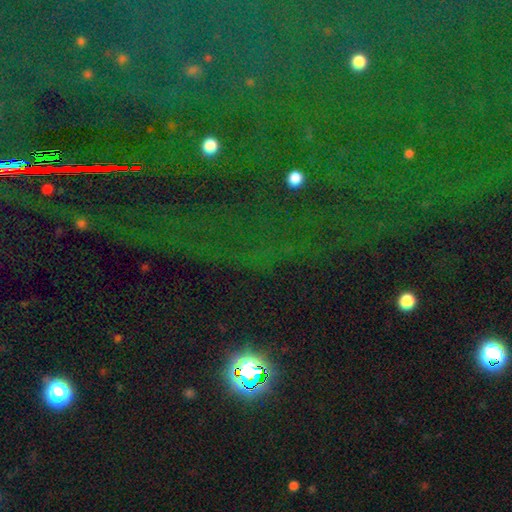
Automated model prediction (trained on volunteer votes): star or artifact 77%, smooth 14%, featured or disk 9%.